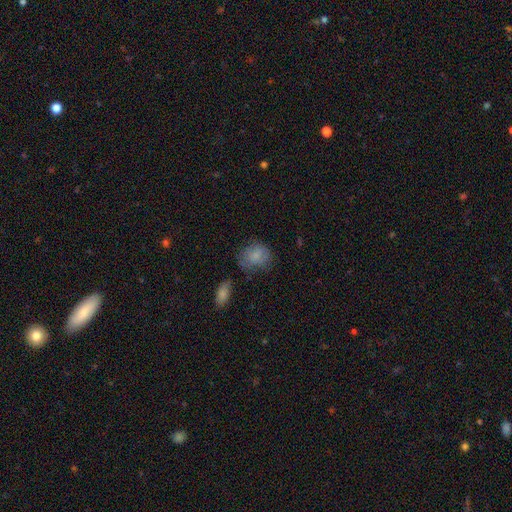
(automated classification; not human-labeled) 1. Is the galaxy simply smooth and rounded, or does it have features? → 81% smooth, 11% featured or disk, 9% star or artifact.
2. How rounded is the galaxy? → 61% round, 38% in between, 1% cigar-shaped.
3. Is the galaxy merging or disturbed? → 61% none, 25% minor disturbance, 9% major disturbance, 6% merger.